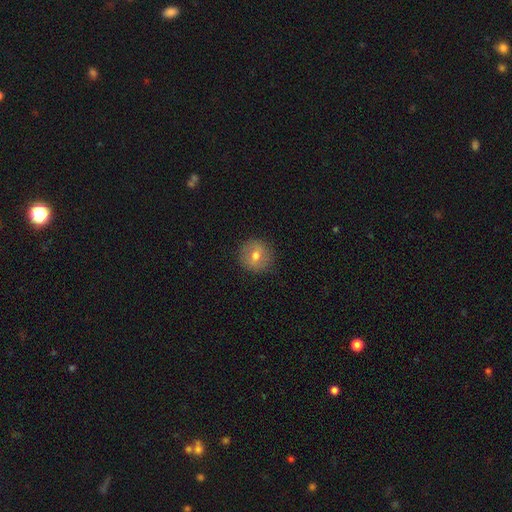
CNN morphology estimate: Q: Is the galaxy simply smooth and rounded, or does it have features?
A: smooth — 58%.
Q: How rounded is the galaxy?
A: round — 91%.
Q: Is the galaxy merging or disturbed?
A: none — 88%.